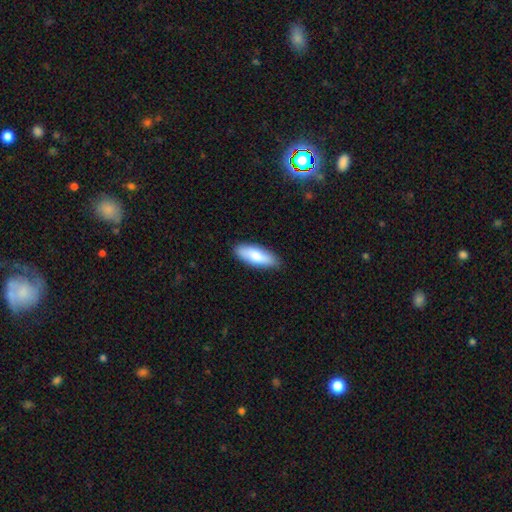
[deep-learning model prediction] Smooth or featured: smooth — 83% (featured or disk — 12%)
How rounded: in between — 65% (cigar-shaped — 33%)
Merging: none — 87% (minor disturbance — 10%)